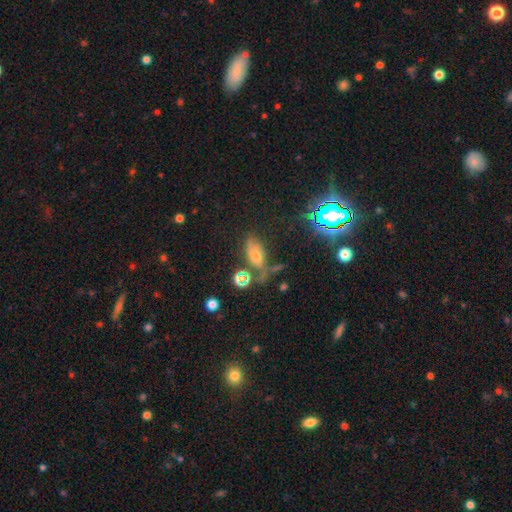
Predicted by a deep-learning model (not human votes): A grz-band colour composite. It shows a smooth galaxy with no disk features (50%) that is in between round and cigar-shaped (78%). Merging: none (49%).